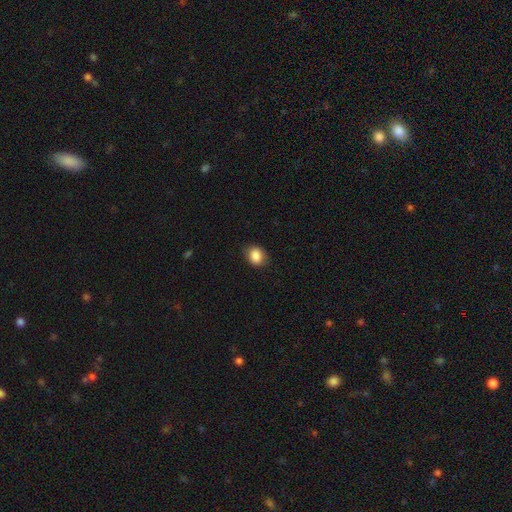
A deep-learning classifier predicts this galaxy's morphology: Smooth or featured: smooth — 87% (star or artifact — 8%)
How rounded: in between — 57% (round — 42%)
Merging: none — 82% (minor disturbance — 14%)